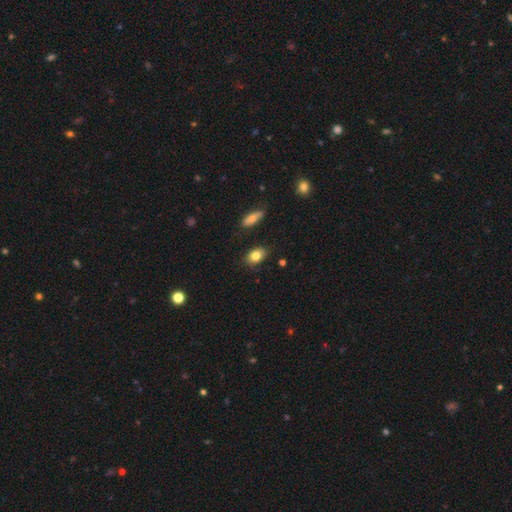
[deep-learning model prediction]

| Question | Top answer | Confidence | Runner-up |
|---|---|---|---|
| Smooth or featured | smooth | 82% | featured or disk (10%) |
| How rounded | in between | 82% | round (16%) |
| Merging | none | 82% | minor disturbance (13%) |